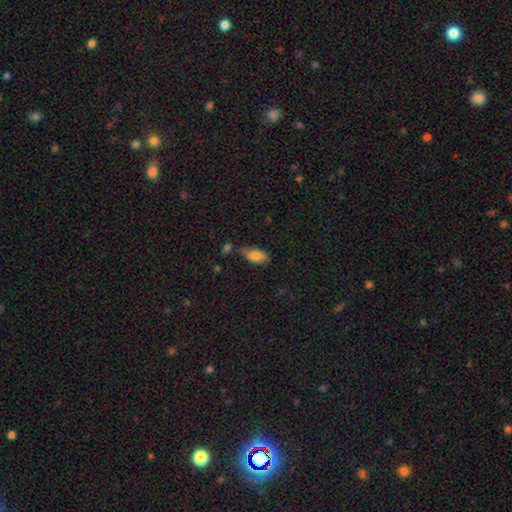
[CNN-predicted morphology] A smooth galaxy with no disk features (80%) that is in between round and cigar-shaped (85%). Merging: none (67%).